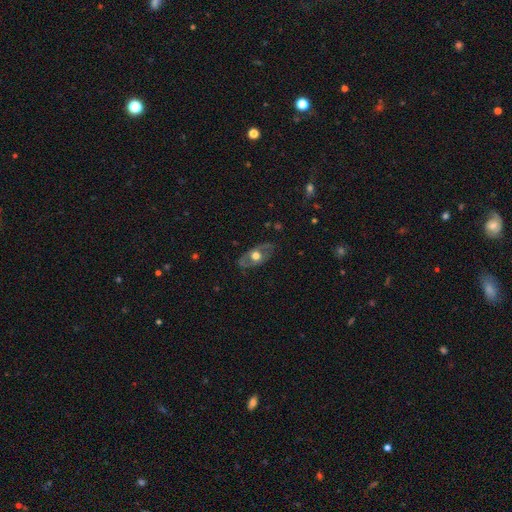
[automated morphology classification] A featured or disk galaxy (58%). Merging: none (77%).